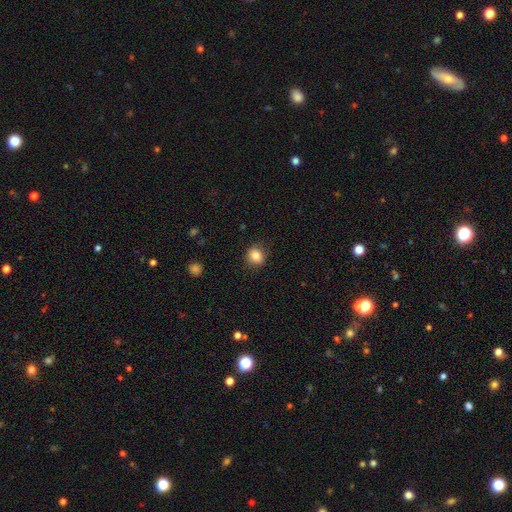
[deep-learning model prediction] Smooth or featured? smooth (83%)
How rounded? round (80%)
Merging? none (84%)